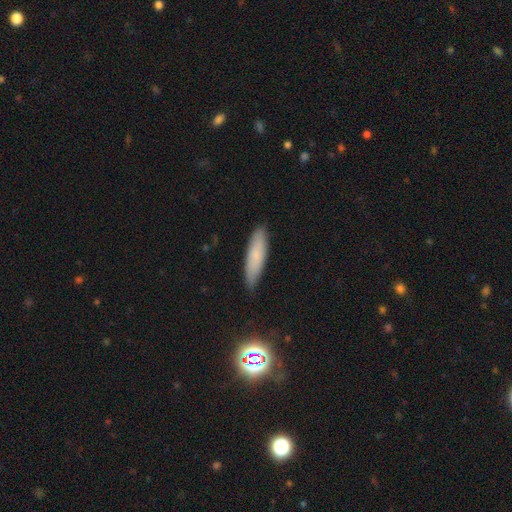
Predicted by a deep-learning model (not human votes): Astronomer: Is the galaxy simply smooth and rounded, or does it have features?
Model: smooth — 75%.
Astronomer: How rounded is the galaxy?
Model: cigar-shaped — 70%.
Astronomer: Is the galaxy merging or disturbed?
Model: none — 84%.